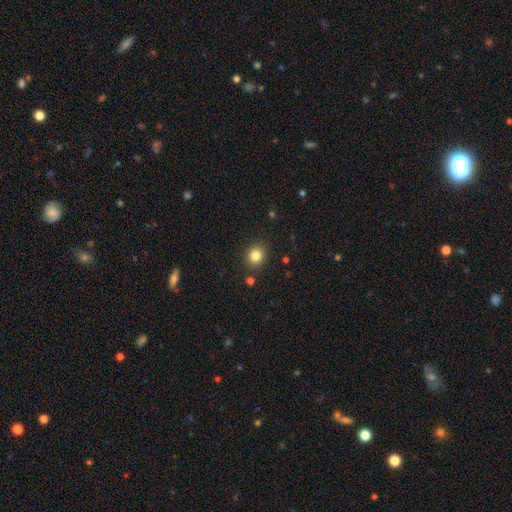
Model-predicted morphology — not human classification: Overall: smooth (83%). How rounded: round (75%). Merging: none (89%).